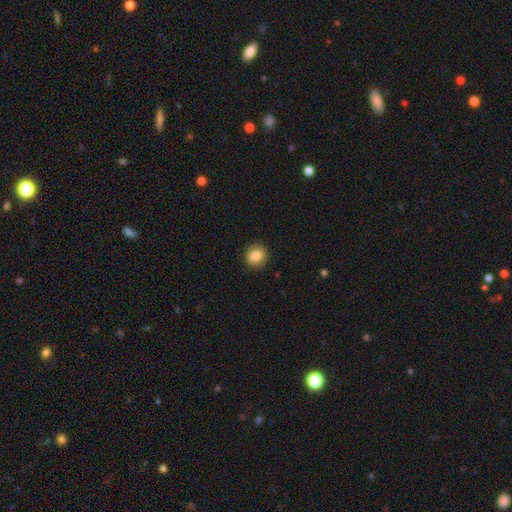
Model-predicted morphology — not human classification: smooth-or-featured: smooth: 83% | star or artifact: 9% | featured or disk: 8%
  how-rounded: round: 83% | in between: 16% | cigar-shaped: 1%
  merging: none: 90% | minor disturbance: 7% | major disturbance: 2% | merger: 1%